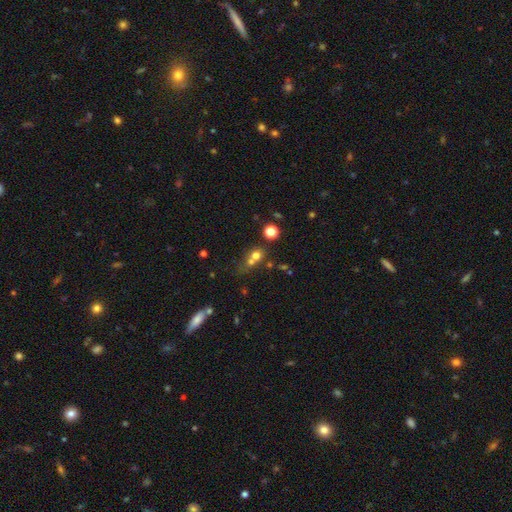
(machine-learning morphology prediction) Overall: smooth (65%). How rounded: round (80%). Merging: merger (48%; none 39%).